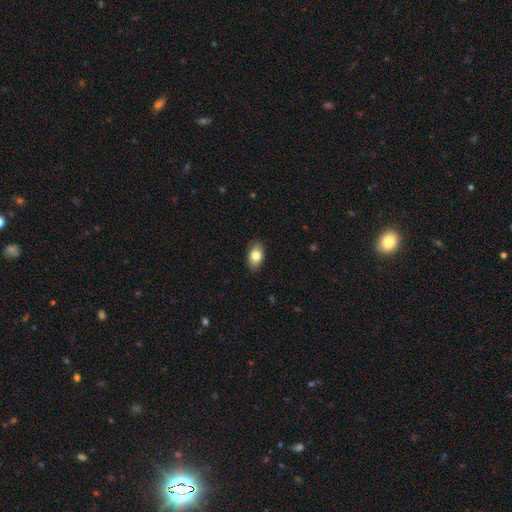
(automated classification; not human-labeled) This appears to be a smooth galaxy with no disk features (81%) that is in between round and cigar-shaped (90%). Merging: none (86%).